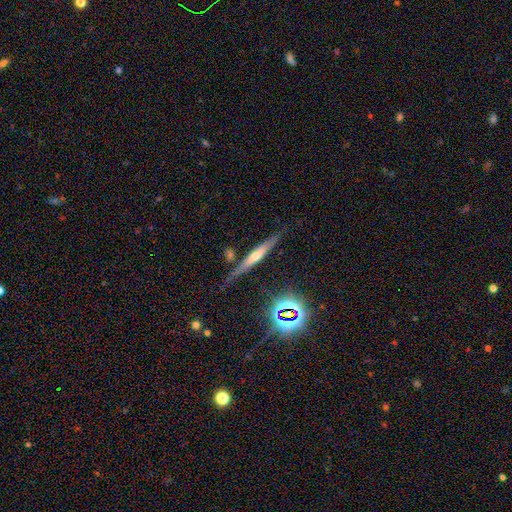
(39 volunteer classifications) Smooth or featured?
  - featured or disk: 64% *
  - smooth: 31%
  - star or artifact: 5%
Edge-on disk?
  - yes: 88% *
  - no: 12%
Edge-on bulge?
  - rounded: 82% *
  - boxy: 9%
  - none: 9%
Merging?
  - none: 76% *
  - minor disturbance: 11%
  - major disturbance: 8%
  - merger: 5%